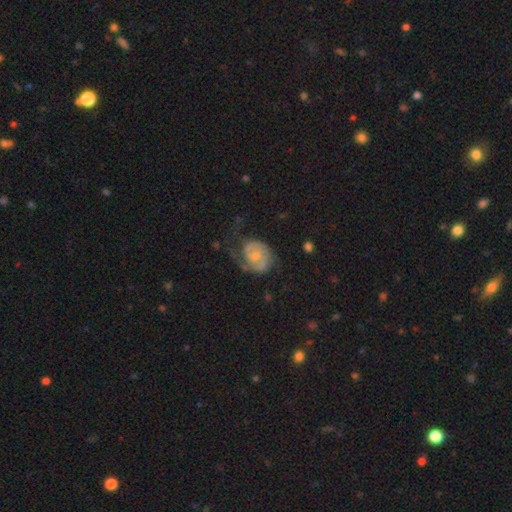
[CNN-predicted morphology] Overall: featured or disk (78%). Edge-on disk: no (98%). Bar: no (61%; weak 34%). Spiral arms: yes (93%). Spiral arm count: 2 (67%). Spiral winding: medium (42%; tight 41%). Bulge size: small (59%; moderate 33%). Merging: none (51%; minor disturbance 25%).